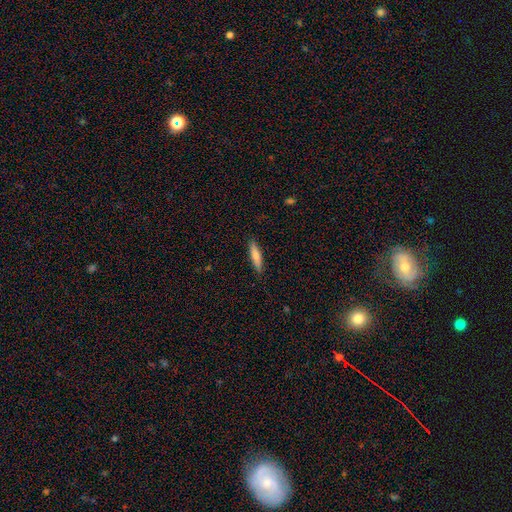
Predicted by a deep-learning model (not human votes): Smooth or featured? Predicted: smooth (p=0.75). How rounded? Predicted: cigar-shaped (p=0.79). Merging? Predicted: none (p=0.88).